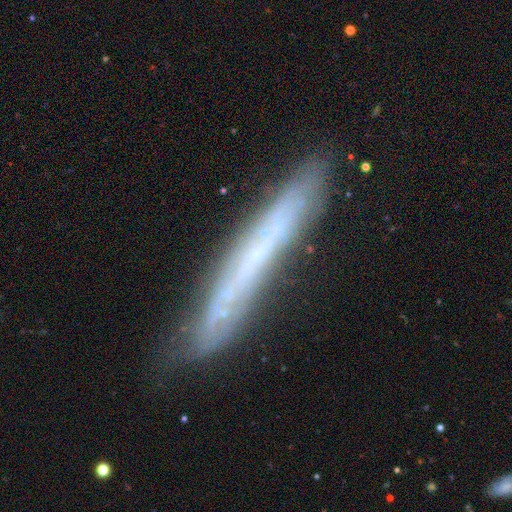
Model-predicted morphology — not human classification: Smooth or featured?
  - featured or disk: 62% *
  - smooth: 30%
  - star or artifact: 9%
Edge-on disk?
  - yes: 80% *
  - no: 20%
Merging?
  - none: 75% *
  - minor disturbance: 18%
  - major disturbance: 4%
  - merger: 2%